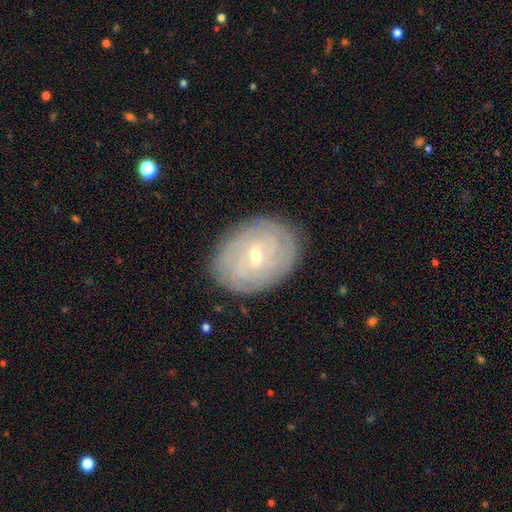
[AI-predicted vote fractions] Q: Smooth or featured?
A: featured or disk (79%); runner-up: smooth (15%)
Q: Edge-on disk?
A: no (96%); runner-up: yes (4%)
Q: Bar?
A: weak (57%); runner-up: no (25%)
Q: Spiral arms?
A: yes (89%); runner-up: no (11%)
Q: Spiral winding?
A: tight (83%); runner-up: medium (13%)
Q: Spiral arm count?
A: can't tell (50%); runner-up: 2 (14%)
Q: Bulge size?
A: small (59%); runner-up: moderate (38%)
Q: Merging?
A: none (85%); runner-up: minor disturbance (11%)